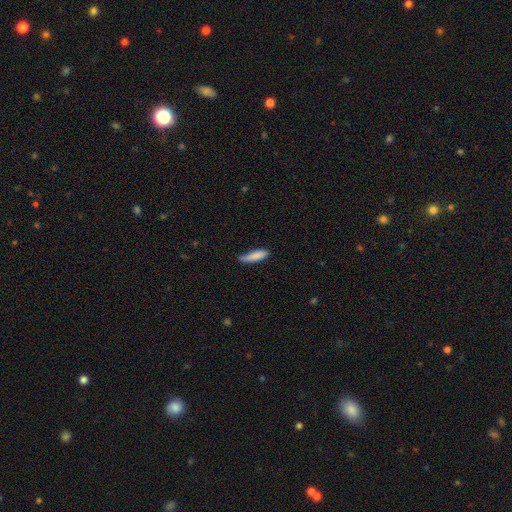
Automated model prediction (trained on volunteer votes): This is clearly a smooth galaxy (84%). How rounded: likely cigar-shaped (76%). Merging: likely none (65%).